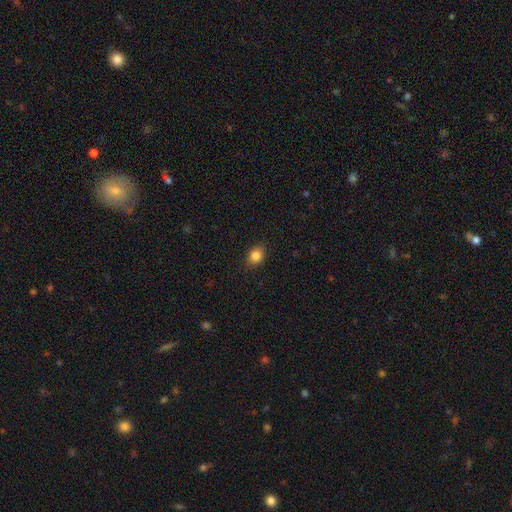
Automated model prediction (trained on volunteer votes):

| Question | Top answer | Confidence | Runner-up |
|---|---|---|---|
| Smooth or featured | smooth | 84% | star or artifact (10%) |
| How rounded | in between | 50% | round (49%) |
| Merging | none | 87% | minor disturbance (10%) |